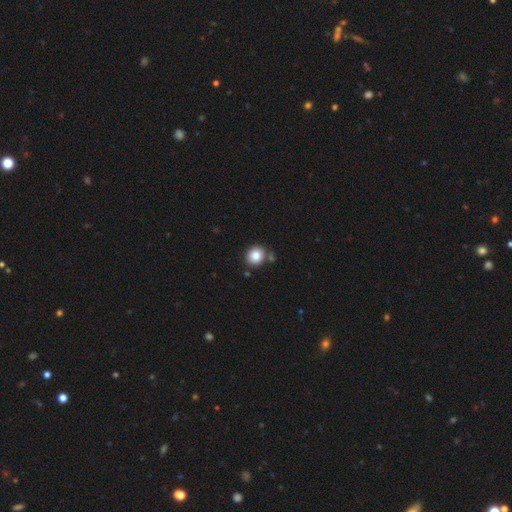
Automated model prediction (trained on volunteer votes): Morphology: type=smooth (83%); roundness=round (81%); merging=none (78%).